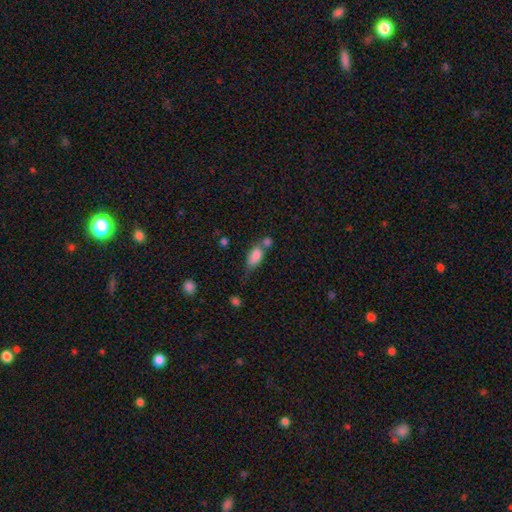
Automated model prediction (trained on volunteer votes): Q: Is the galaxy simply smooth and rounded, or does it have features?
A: smooth — 82%.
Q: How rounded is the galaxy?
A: in between — 87%.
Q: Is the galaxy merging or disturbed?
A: merger — 40%.